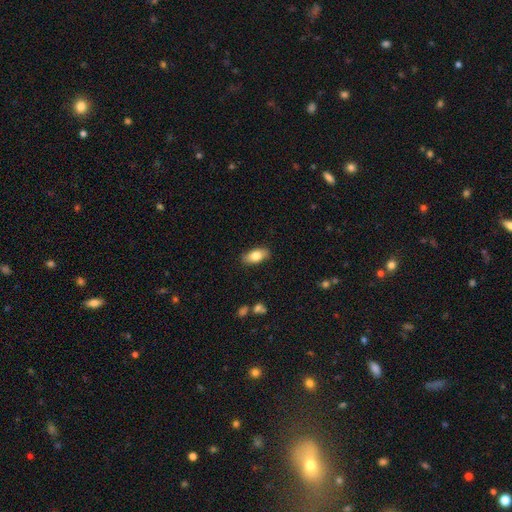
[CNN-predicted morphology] Smooth or featured?
  - smooth: 80% *
  - featured or disk: 13%
  - star or artifact: 7%
How rounded?
  - in between: 89% *
  - cigar-shaped: 7%
  - round: 3%
Merging?
  - none: 86% *
  - minor disturbance: 10%
  - major disturbance: 2%
  - merger: 1%